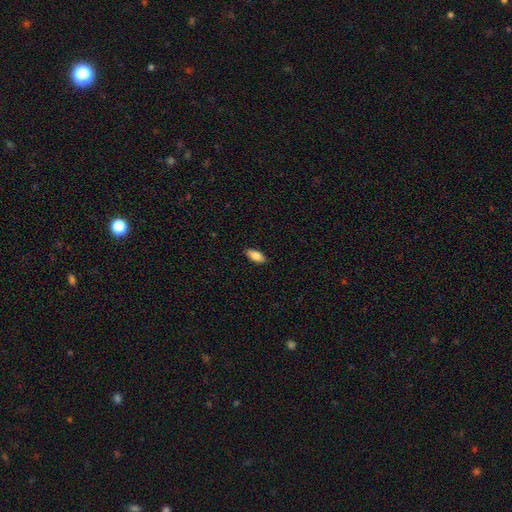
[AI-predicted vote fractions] This appears to be a smooth galaxy with no disk features (85%) that is in between round and cigar-shaped (87%). Merging: none (89%).